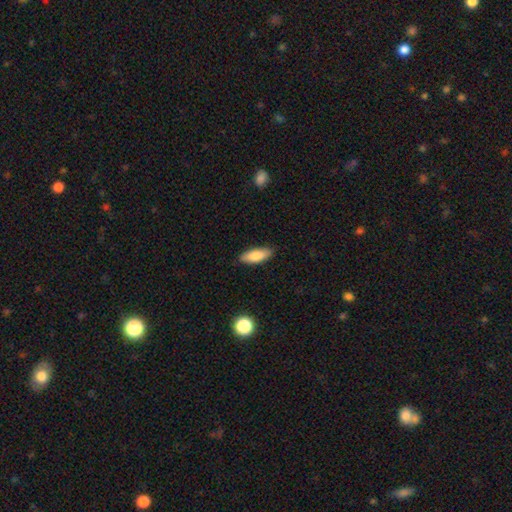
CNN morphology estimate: Q: Smooth or featured?
A: smooth (79%); runner-up: featured or disk (14%)
Q: How rounded?
A: in between (70%); runner-up: cigar-shaped (28%)
Q: Merging?
A: none (87%); runner-up: minor disturbance (10%)